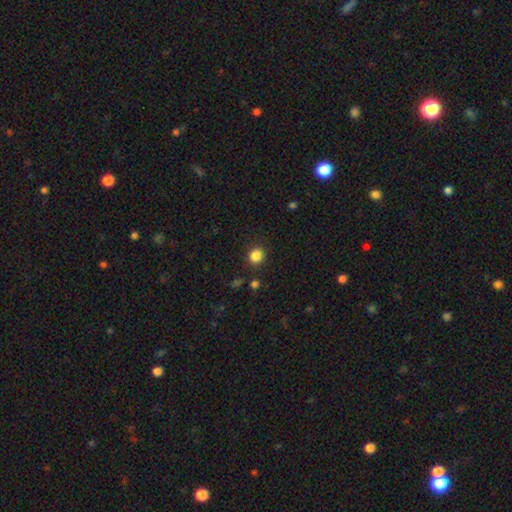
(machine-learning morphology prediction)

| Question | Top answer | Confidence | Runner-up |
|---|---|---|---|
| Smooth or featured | smooth | 85% | star or artifact (11%) |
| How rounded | round | 87% | in between (12%) |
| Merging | none | 88% | minor disturbance (7%) |